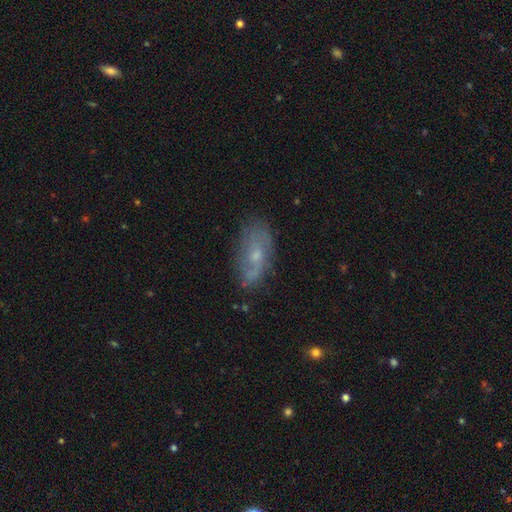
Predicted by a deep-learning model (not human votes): smooth_or_featured: featured or disk (p=0.56) [alt: smooth p=0.34]
disk_edge_on: no (p=0.89) [alt: yes p=0.11]
merging: none (p=0.69) [alt: minor disturbance p=0.21]